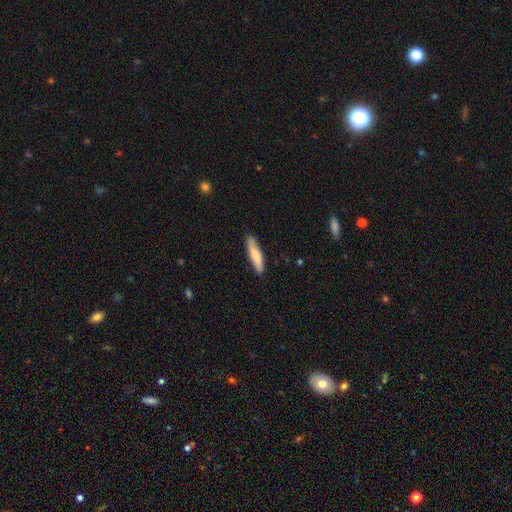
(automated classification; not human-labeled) Q: Smooth or featured?
A: smooth (75%); runner-up: featured or disk (19%)
Q: How rounded?
A: cigar-shaped (81%); runner-up: in between (18%)
Q: Merging?
A: none (85%); runner-up: minor disturbance (12%)